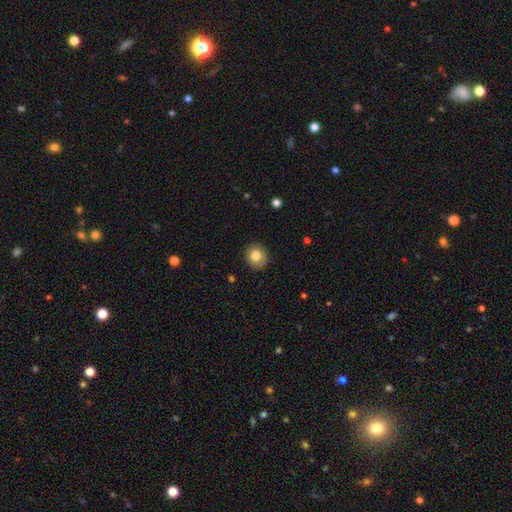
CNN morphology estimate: Q: Smooth or featured?
A: smooth (80%); runner-up: featured or disk (11%)
Q: How rounded?
A: round (82%); runner-up: in between (17%)
Q: Merging?
A: none (89%); runner-up: minor disturbance (8%)